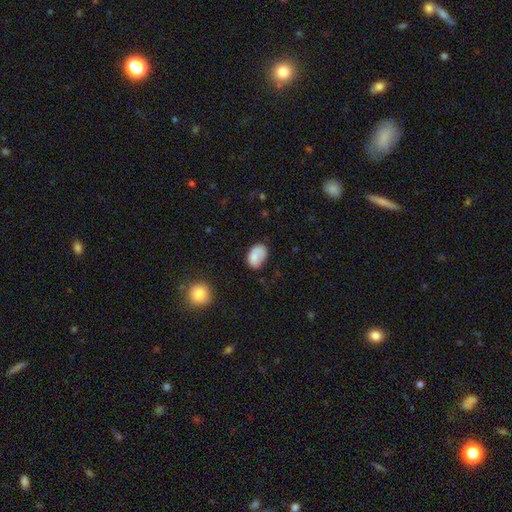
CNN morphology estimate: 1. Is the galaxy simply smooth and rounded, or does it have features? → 83% smooth, 8% featured or disk, 8% star or artifact.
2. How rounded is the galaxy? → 86% in between, 13% round, 1% cigar-shaped.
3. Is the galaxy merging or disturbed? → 61% none, 28% minor disturbance, 8% major disturbance, 3% merger.